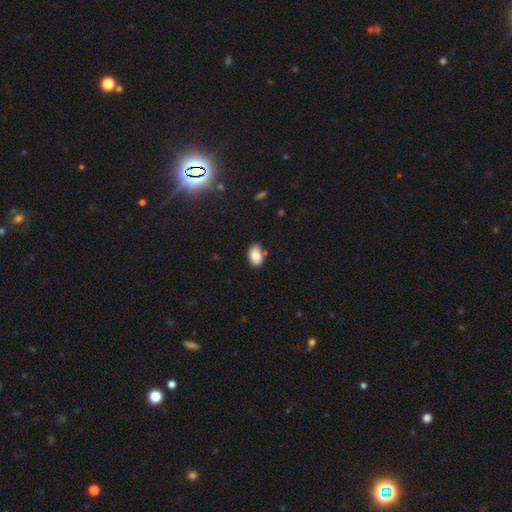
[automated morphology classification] This is clearly a smooth galaxy (85%). How rounded: clearly in between (88%). Merging: likely none (77%).